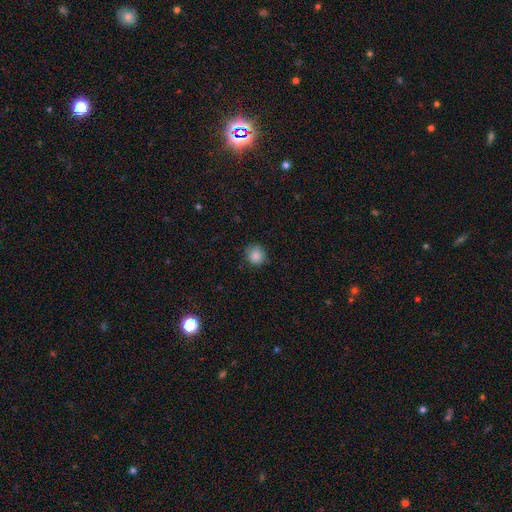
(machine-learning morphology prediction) smooth_or_featured: smooth (p=0.86) [alt: star or artifact p=0.09]
how_rounded: round (p=0.89) [alt: in between p=0.10]
merging: none (p=0.80) [alt: minor disturbance p=0.16]